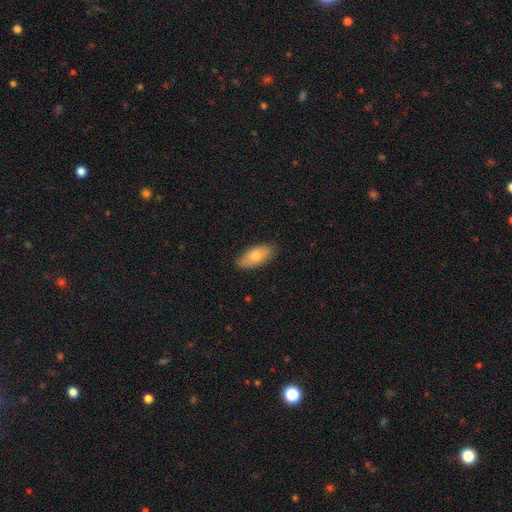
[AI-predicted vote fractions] Morphology: type=smooth (74%); roundness=in between (85%); merging=none (85%).